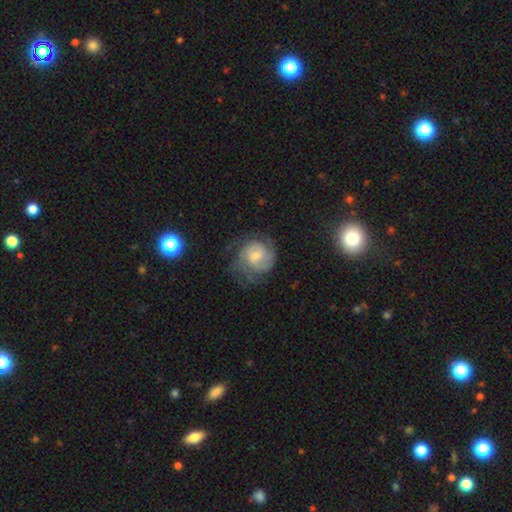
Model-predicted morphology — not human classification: type=featured or disk (65%); edge-on=no (98%); bar=no (56%); spiral arms=yes (87%); winding=tight (51%); arm count=can't tell (39%); bulge=moderate (43%); merging=none (59%).